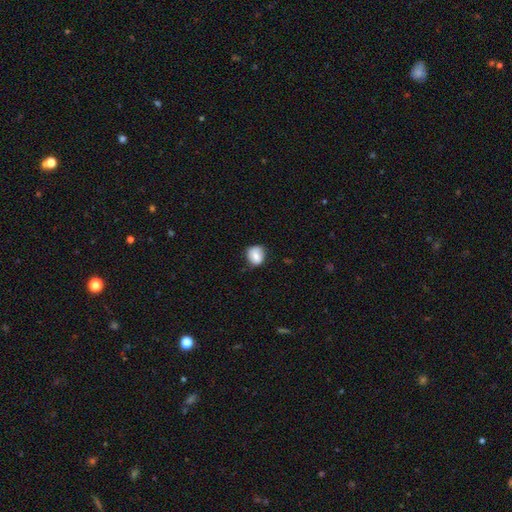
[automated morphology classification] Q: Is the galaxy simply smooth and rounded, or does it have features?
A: smooth — 78%.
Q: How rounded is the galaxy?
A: round — 73%.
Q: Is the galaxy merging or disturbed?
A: none — 70%.